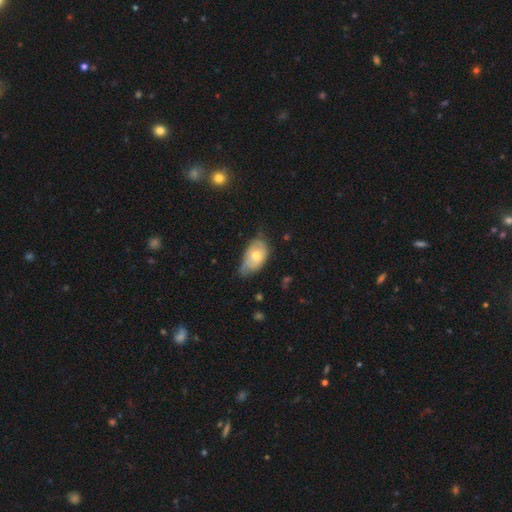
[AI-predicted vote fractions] This is likely a smooth galaxy (61%). How rounded: clearly in between (91%). Merging: possibly minor disturbance (46%).